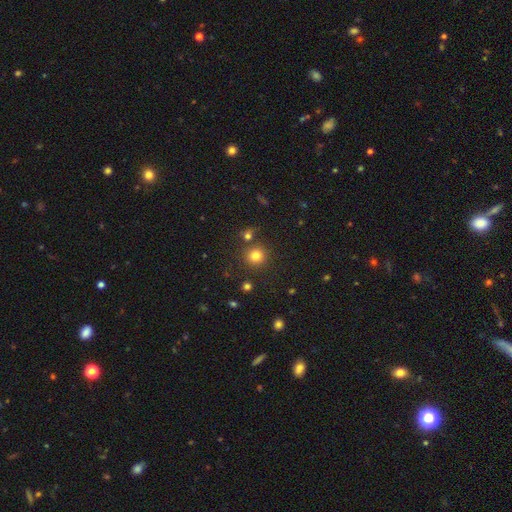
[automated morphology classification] Q: Smooth or featured?
A: smooth (80%); runner-up: star or artifact (14%)
Q: How rounded?
A: round (91%); runner-up: in between (8%)
Q: Merging?
A: none (81%); runner-up: merger (9%)